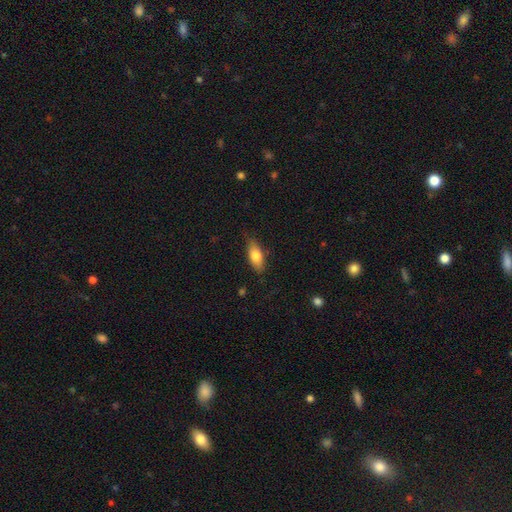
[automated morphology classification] Smooth or featured? smooth (75%)
How rounded? in between (79%)
Merging? none (82%)